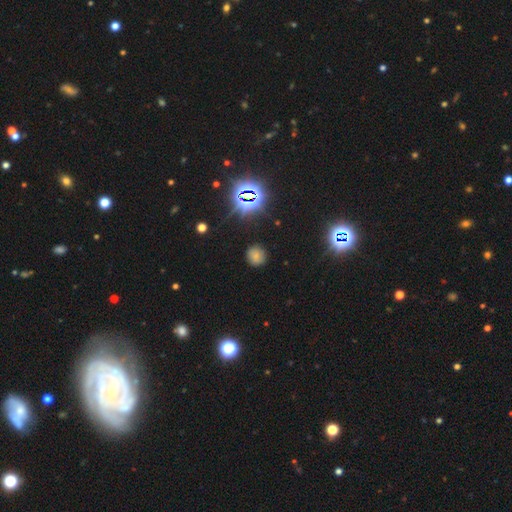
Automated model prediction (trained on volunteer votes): Overall: smooth (65%; star or artifact 26%). How rounded: round (86%). Merging: none (83%).